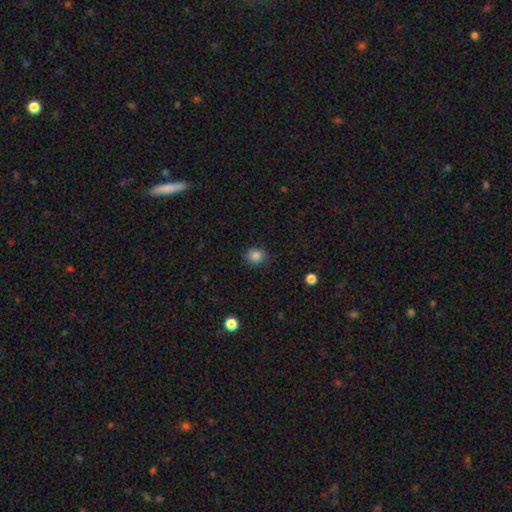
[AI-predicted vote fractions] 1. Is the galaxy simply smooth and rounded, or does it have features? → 84% smooth, 11% star or artifact, 5% featured or disk.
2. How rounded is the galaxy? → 74% round, 25% in between, 1% cigar-shaped.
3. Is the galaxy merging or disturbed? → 84% none, 12% minor disturbance, 3% major disturbance, 1% merger.